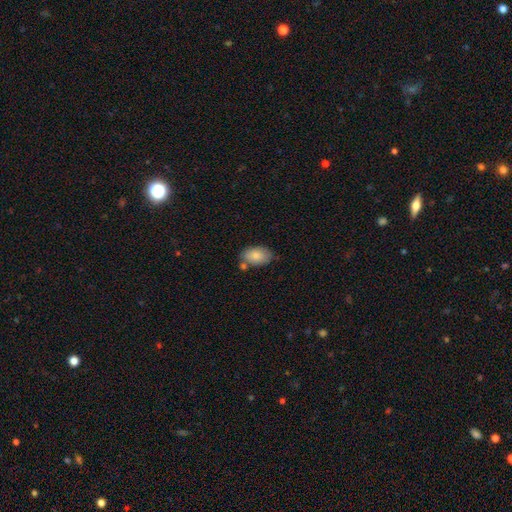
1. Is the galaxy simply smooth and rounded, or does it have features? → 82% smooth, 10% star or artifact, 8% featured or disk.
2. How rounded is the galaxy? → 97% in between, 3% round, 0% cigar-shaped.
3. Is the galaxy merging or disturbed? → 71% none, 14% merger, 11% minor disturbance, 3% major disturbance.